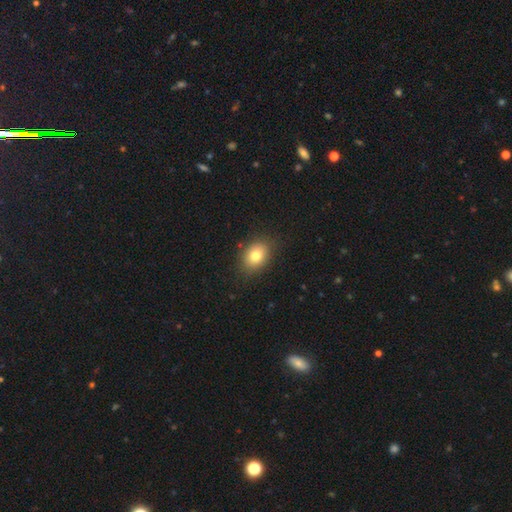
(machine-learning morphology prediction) A smooth galaxy with no disk features (79%) that is in between round and cigar-shaped (66%). Merging: none (84%).